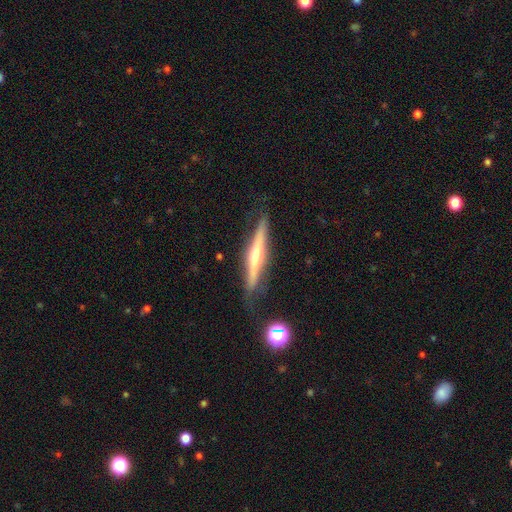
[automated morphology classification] smooth_or_featured: featured or disk (p=0.64) [alt: smooth p=0.29]
disk_edge_on: yes (p=0.95) [alt: no p=0.05]
edge_on_bulge: rounded (p=0.68) [alt: none p=0.21]
merging: none (p=0.80) [alt: minor disturbance p=0.14]